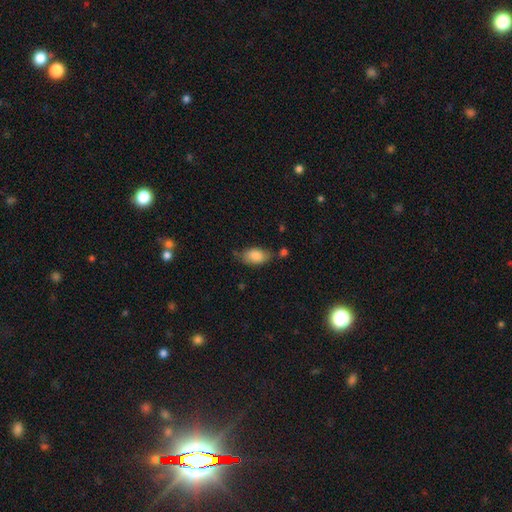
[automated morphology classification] smooth-or-featured: smooth: 85% | featured or disk: 8% | star or artifact: 7%
  how-rounded: in between: 92% | round: 5% | cigar-shaped: 3%
  merging: none: 66% | minor disturbance: 23% | merger: 6% | major disturbance: 6%